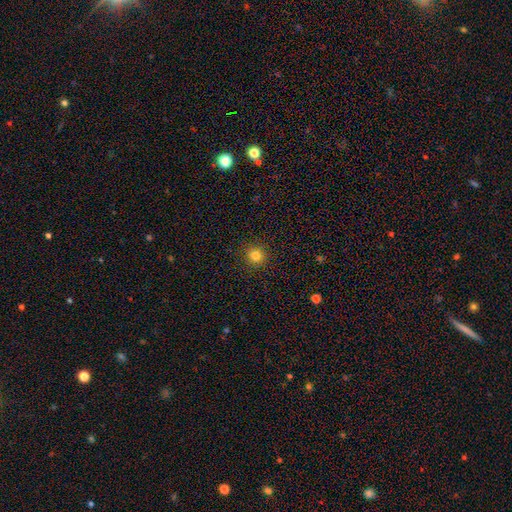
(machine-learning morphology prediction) A smooth galaxy with no disk features (82%) that is round (93%). Merging: none (91%).